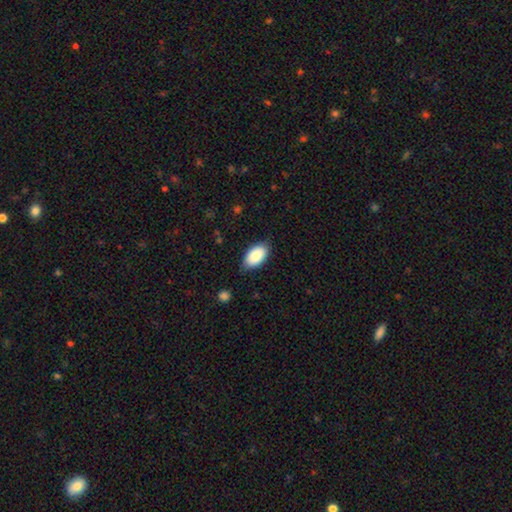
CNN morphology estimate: Overall: smooth (85%). How rounded: in between (94%). Merging: none (80%).